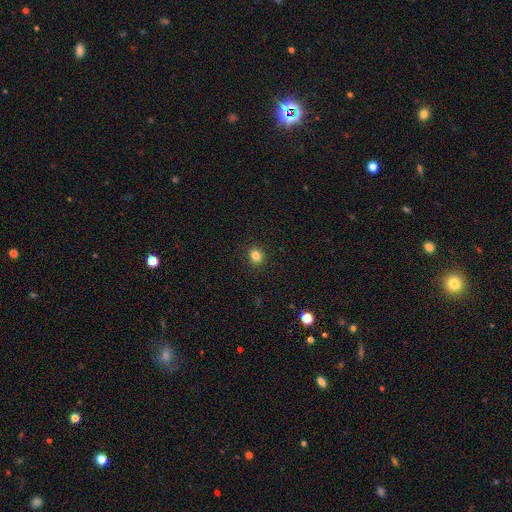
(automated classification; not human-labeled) Smooth or featured? smooth (83%)
How rounded? round (74%)
Merging? none (91%)